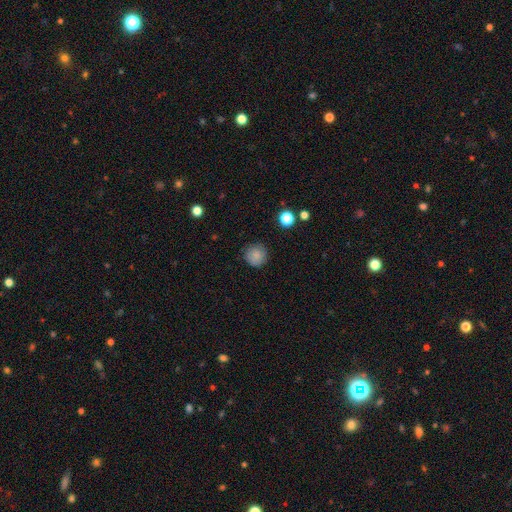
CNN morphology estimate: A smooth galaxy with no disk features (84%) that is round (94%). Merging: none (85%).